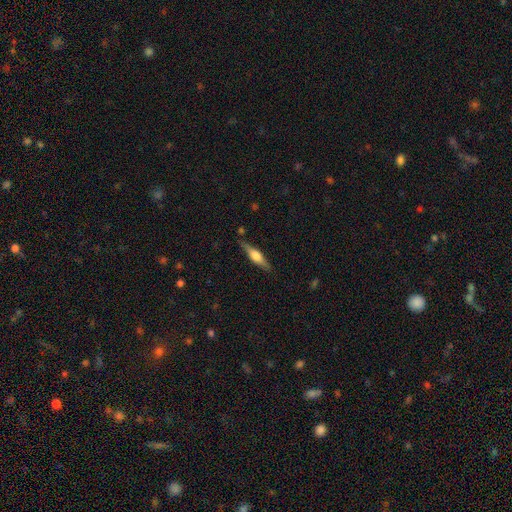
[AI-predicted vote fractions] A featured or disk galaxy (61%) viewed edge-on (96%) with a rounded central bulge (83%).

Vote fractions:
- Smooth or featured? featured or disk: 61% / smooth: 33% / star or artifact: 6%
- Edge-on disk? yes: 96% / no: 4%
- Edge-on bulge? rounded: 83% / boxy: 14% / none: 3%
- Merging? none: 84% / minor disturbance: 12% / major disturbance: 2% / merger: 2%